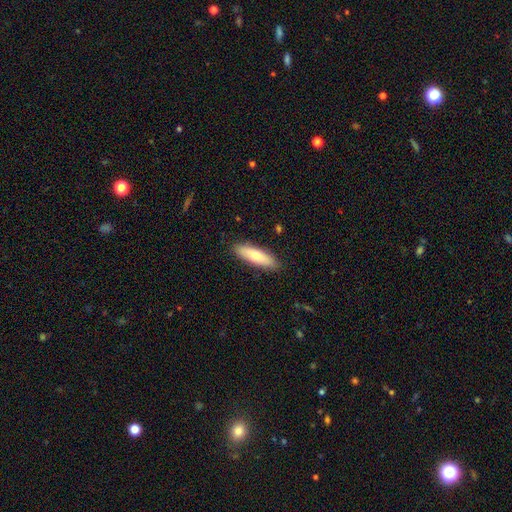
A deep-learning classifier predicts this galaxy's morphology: Smooth or featured: smooth — 73% (featured or disk — 21%)
How rounded: cigar-shaped — 60% (in between — 39%)
Merging: none — 88% (minor disturbance — 9%)